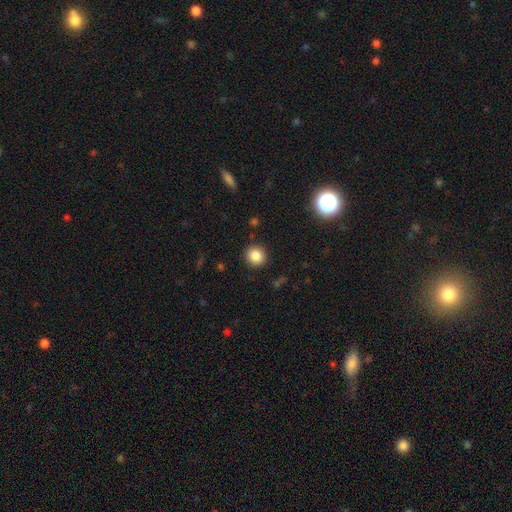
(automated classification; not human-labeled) Smooth or featured? smooth (85%)
How rounded? round (88%)
Merging? none (90%)